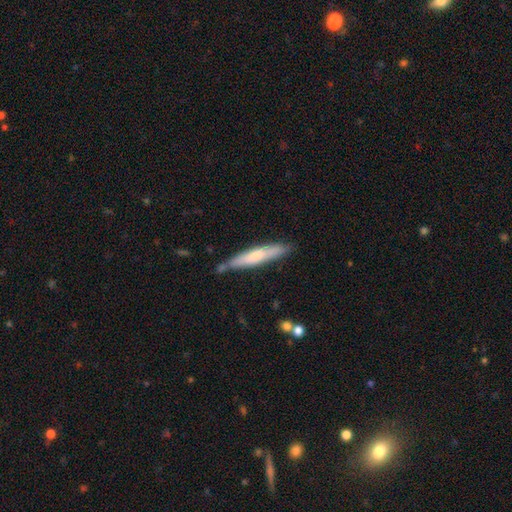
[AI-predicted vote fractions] Smooth or featured? smooth (58%)
How rounded? cigar-shaped (90%)
Merging? none (78%)